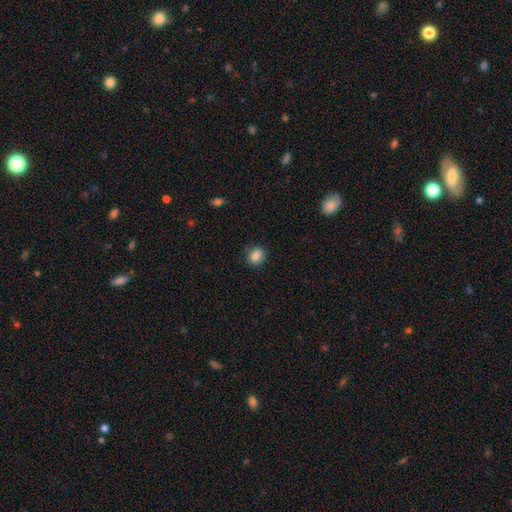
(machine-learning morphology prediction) Smooth or featured: smooth — 84% (star or artifact — 10%)
How rounded: round — 54% (in between — 45%)
Merging: none — 84% (minor disturbance — 12%)